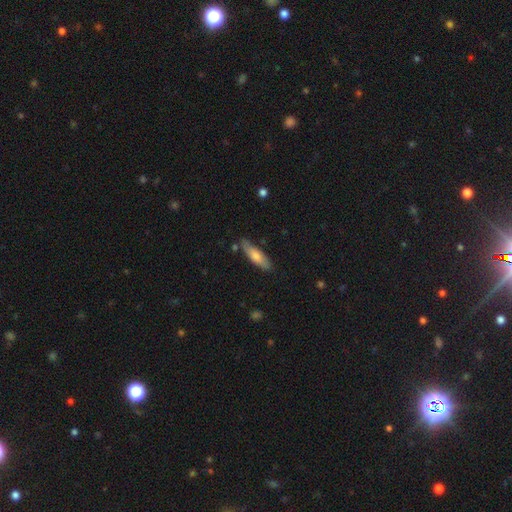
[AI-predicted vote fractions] Smooth or featured: smooth — 64% (featured or disk — 30%)
How rounded: cigar-shaped — 64% (in between — 34%)
Merging: none — 77% (minor disturbance — 17%)